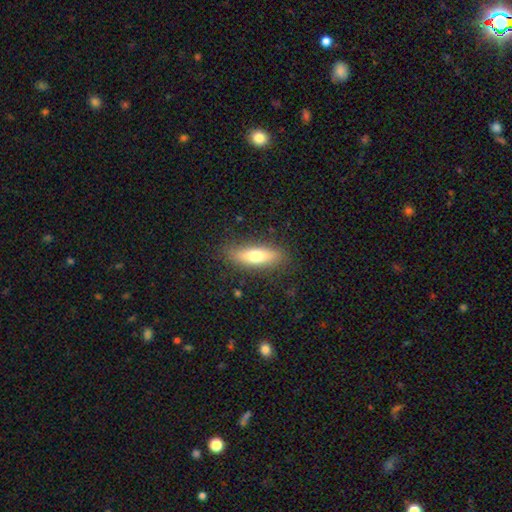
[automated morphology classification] Overall: smooth (65%; featured or disk 29%). How rounded: cigar-shaped (55%; in between 42%). Merging: none (86%).